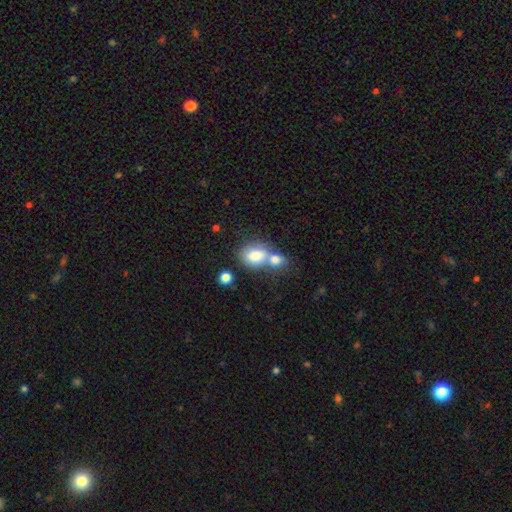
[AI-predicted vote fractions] The model was most divided on "how rounded": in between: 56%, round: 43%, cigar-shaped: 2%. More confident: smooth or featured — smooth (78%); merging — merger (57%).